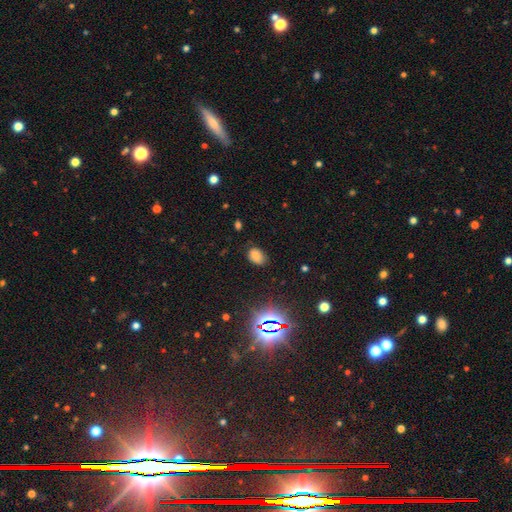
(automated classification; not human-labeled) Morphology: type=smooth (75%); roundness=in between (84%); merging=none (72%).